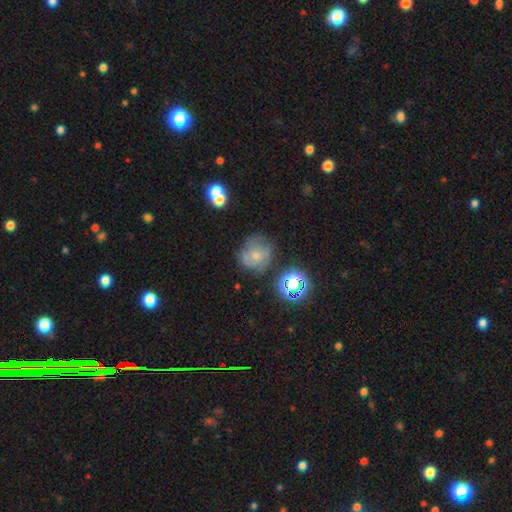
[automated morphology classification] type=featured or disk (44%); merging=none (62%).